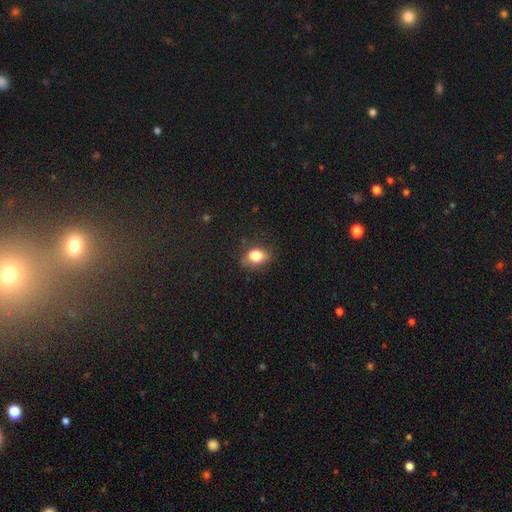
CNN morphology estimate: A smooth galaxy with no disk features (80%) that is in between round and cigar-shaped (65%). Merging: none (72%).